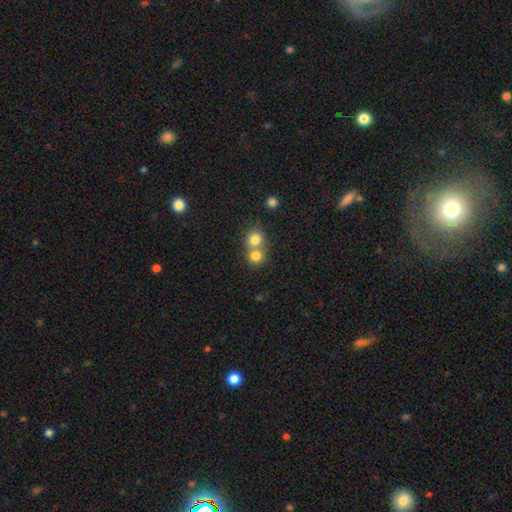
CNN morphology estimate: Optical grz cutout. It shows a smooth galaxy with no disk features (79%) that is round (86%). Merging: merger (56%).